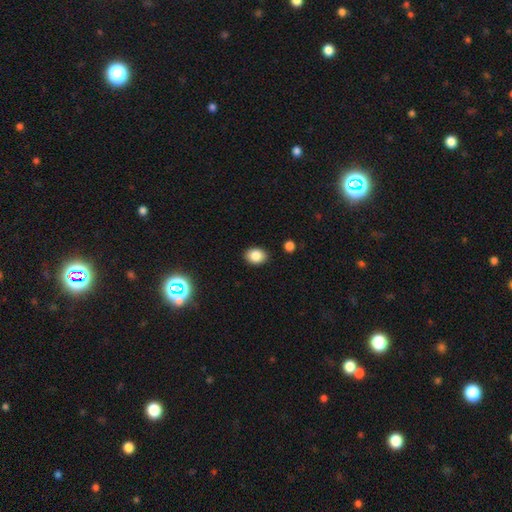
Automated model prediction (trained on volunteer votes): This appears to be a smooth galaxy with no disk features (85%) that is in between round and cigar-shaped (66%). Merging: none (88%).